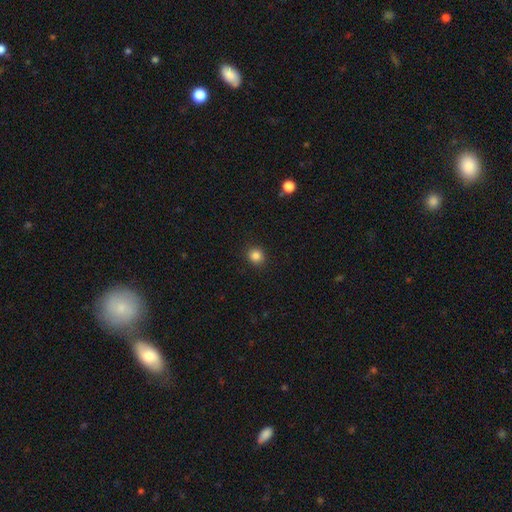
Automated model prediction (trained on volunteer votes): A smooth galaxy with no disk features (85%) that is round (88%). Merging: none (92%).